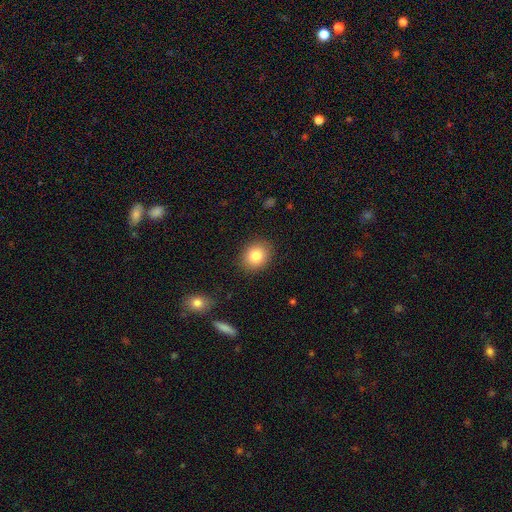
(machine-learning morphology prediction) Smooth or featured? smooth (82%)
How rounded? round (62%)
Merging? none (88%)